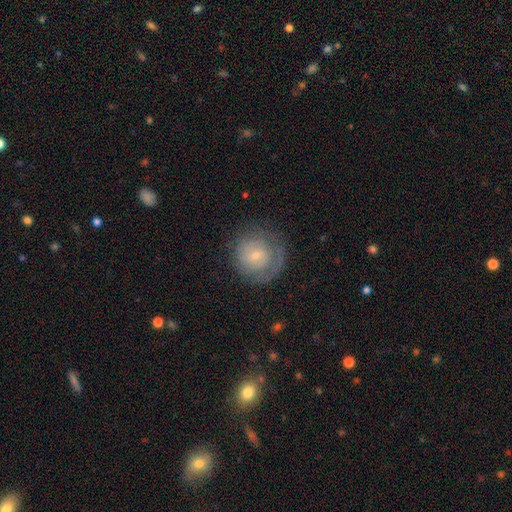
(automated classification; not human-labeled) Smooth or featured? Predicted: featured or disk (p=0.53). Edge-on disk? Predicted: no (p=0.97). Bar? Predicted: no (p=0.63). Spiral arms? Predicted: yes (p=0.69). Bulge size? Predicted: small (p=0.70). Merging? Predicted: none (p=0.69).